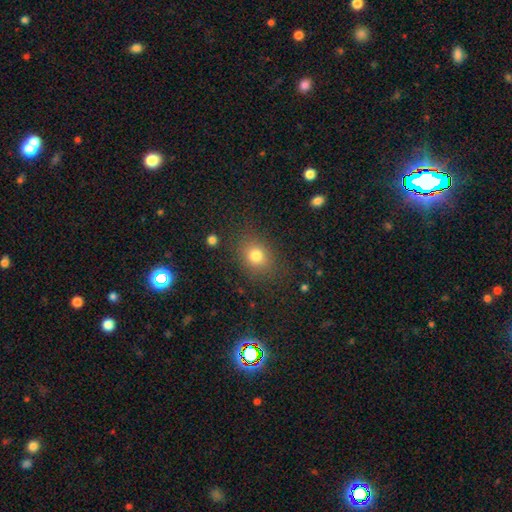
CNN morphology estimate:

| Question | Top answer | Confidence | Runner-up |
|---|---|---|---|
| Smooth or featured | smooth | 79% | star or artifact (13%) |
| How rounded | round | 51% | in between (48%) |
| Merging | none | 81% | minor disturbance (12%) |